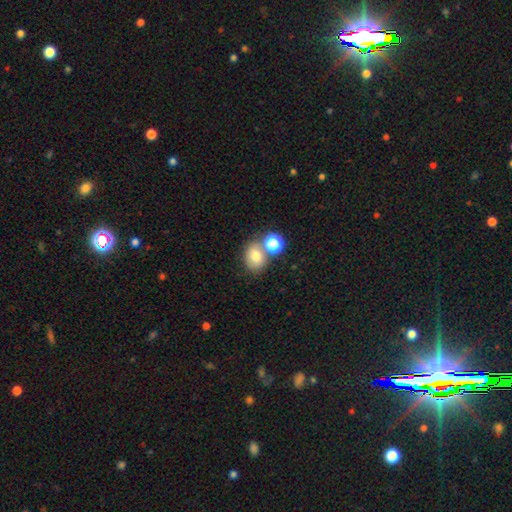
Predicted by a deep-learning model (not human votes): This appears to be a smooth galaxy with no disk features (76%) that is round (50%). Merging: none (55%).